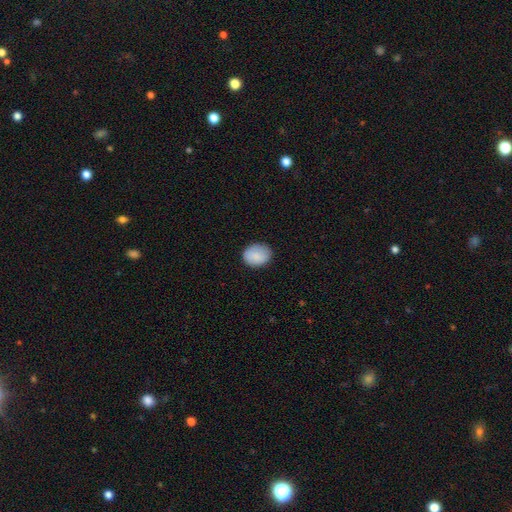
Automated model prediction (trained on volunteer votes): Smooth or featured: smooth — 85% (featured or disk — 8%)
How rounded: in between — 53% (round — 46%)
Merging: none — 84% (minor disturbance — 12%)